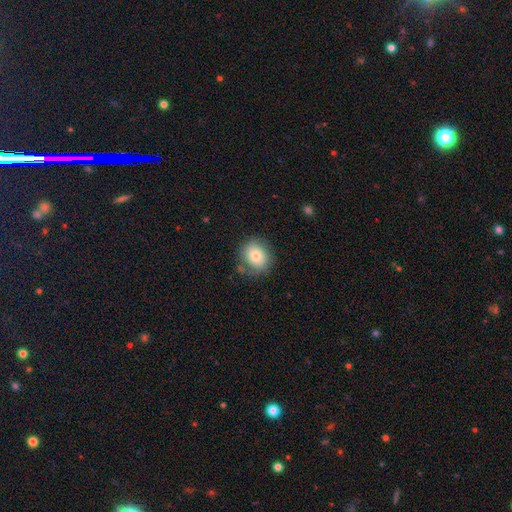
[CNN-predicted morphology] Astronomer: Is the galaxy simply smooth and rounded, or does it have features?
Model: smooth — 75%.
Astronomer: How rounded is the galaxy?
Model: round — 64%.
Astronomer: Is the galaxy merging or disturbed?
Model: none — 68%.